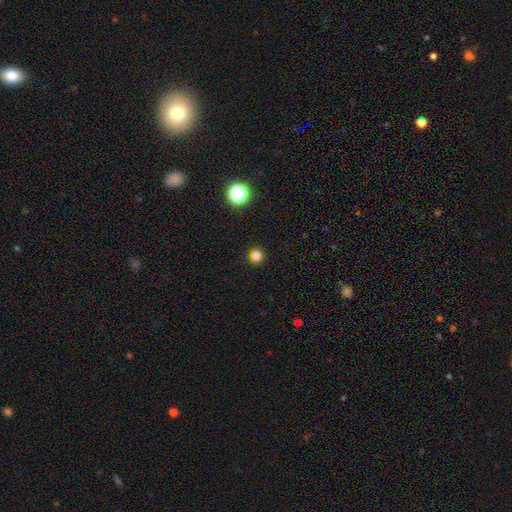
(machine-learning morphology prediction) The model was most divided on "smooth or featured": smooth: 80%, star or artifact: 16%, featured or disk: 4%. More confident: merging — none (88%); how rounded — round (86%).